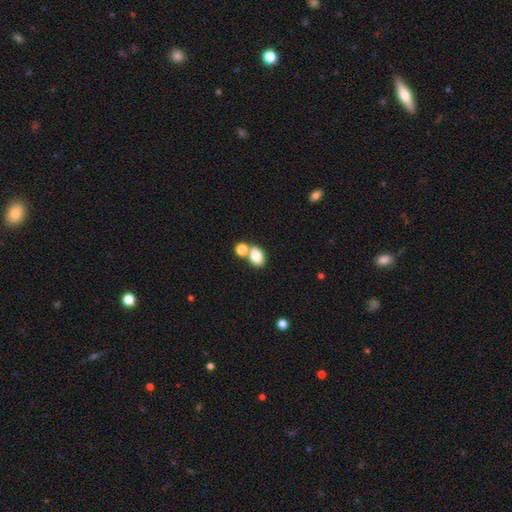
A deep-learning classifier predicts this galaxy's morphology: smooth_or_featured: smooth (p=0.82) [alt: star or artifact p=0.09]
how_rounded: in between (p=0.80) [alt: round p=0.19]
merging: none (p=0.50) [alt: merger p=0.37]